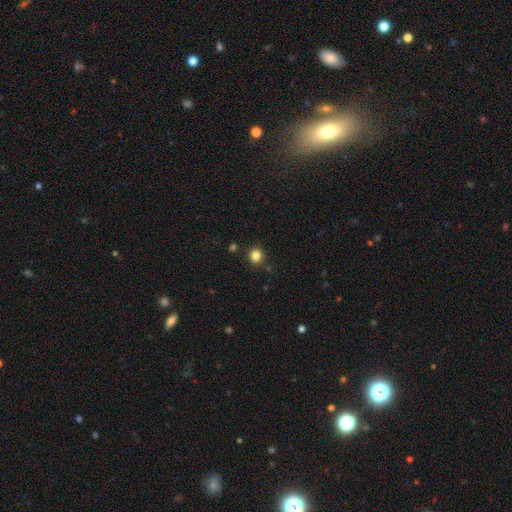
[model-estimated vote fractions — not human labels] A smooth galaxy with no disk features (83%) that is round (86%).

Vote fractions:
- Smooth or featured? smooth: 83% / star or artifact: 13% / featured or disk: 4%
- How rounded? round: 86% / in between: 13% / cigar-shaped: 1%
- Merging? none: 87% / minor disturbance: 8% / merger: 3% / major disturbance: 2%